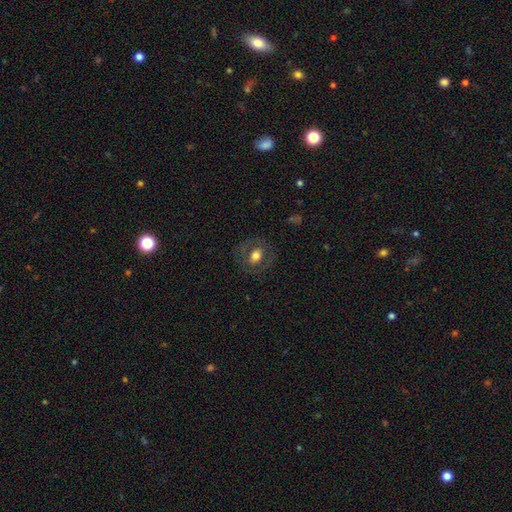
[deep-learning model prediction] Smooth or featured? smooth (59%)
How rounded? round (52%)
Merging? none (79%)